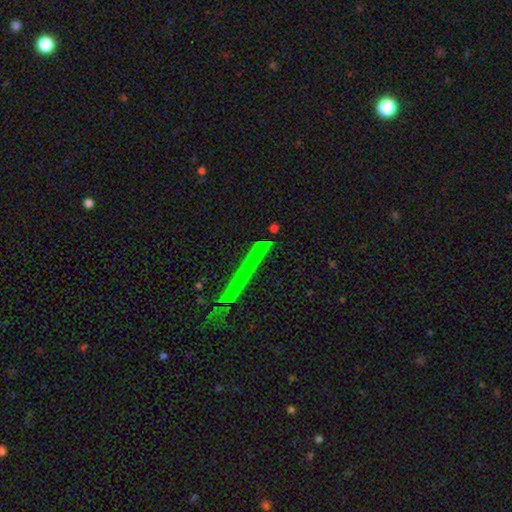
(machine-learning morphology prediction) A featured or disk galaxy (54%) viewed edge-on (96%) with no central bulge (92%). Merging: none (85%).